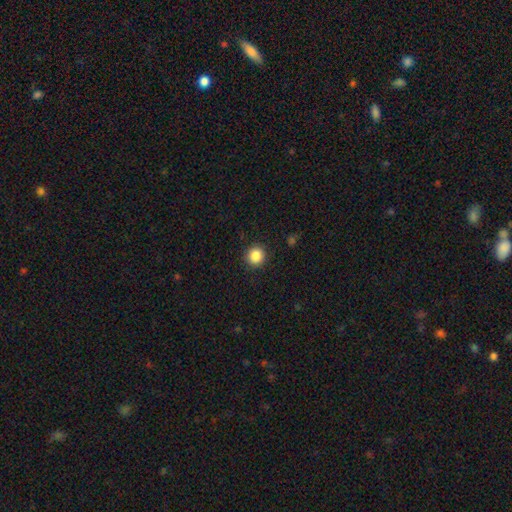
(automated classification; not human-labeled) Smooth or featured? smooth (87%)
How rounded? round (92%)
Merging? none (91%)